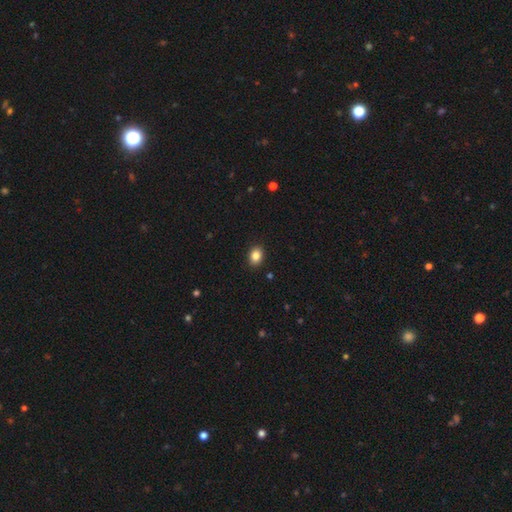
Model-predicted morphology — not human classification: Smooth or featured?
  - smooth: 86% *
  - star or artifact: 9%
  - featured or disk: 5%
How rounded?
  - in between: 65% *
  - round: 34%
  - cigar-shaped: 1%
Merging?
  - none: 91% *
  - minor disturbance: 7%
  - major disturbance: 2%
  - merger: 1%